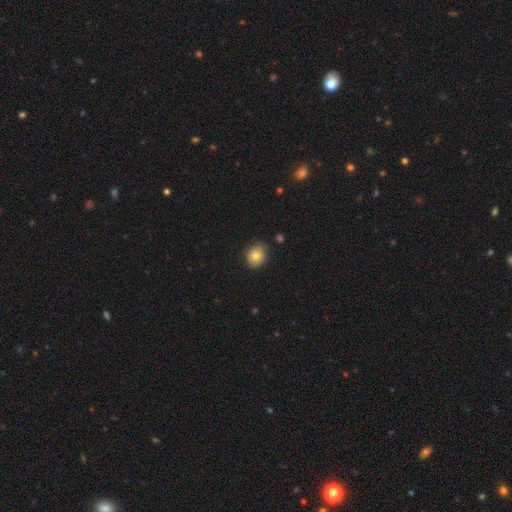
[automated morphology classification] The model was most divided on "how rounded": round: 69%, in between: 30%, cigar-shaped: 1%. More confident: smooth or featured — smooth (79%); merging — none (77%).